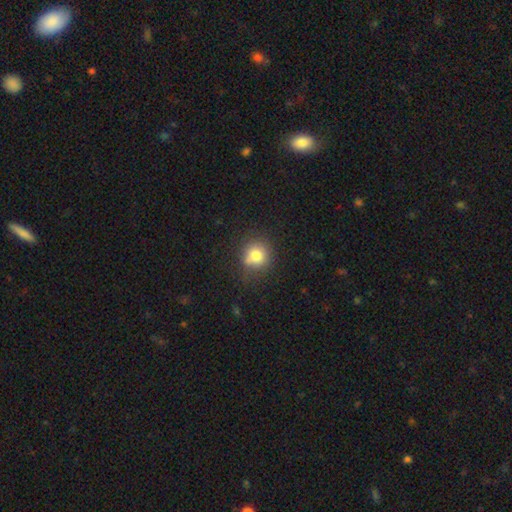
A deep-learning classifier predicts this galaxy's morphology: Smooth or featured? smooth (78%)
How rounded? round (86%)
Merging? none (68%)